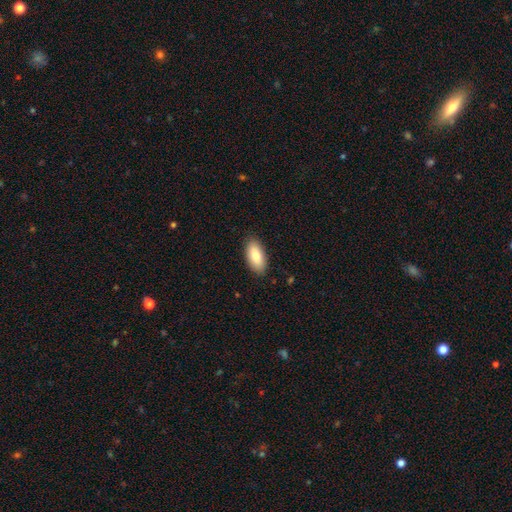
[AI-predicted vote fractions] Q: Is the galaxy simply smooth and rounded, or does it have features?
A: smooth — 81%.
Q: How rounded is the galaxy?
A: in between — 91%.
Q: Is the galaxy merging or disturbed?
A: none — 88%.